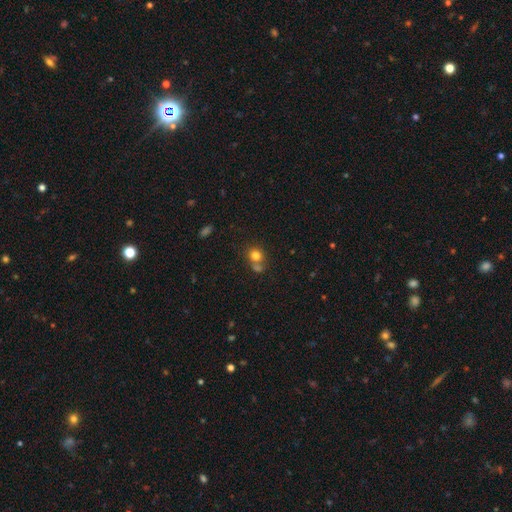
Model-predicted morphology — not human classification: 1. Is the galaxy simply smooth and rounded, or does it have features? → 78% smooth, 13% star or artifact, 9% featured or disk.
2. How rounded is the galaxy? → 80% round, 19% in between, 1% cigar-shaped.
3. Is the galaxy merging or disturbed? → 49% none, 36% merger, 10% minor disturbance, 5% major disturbance.